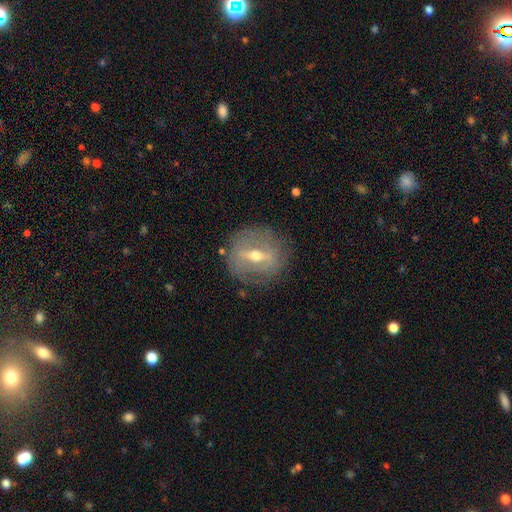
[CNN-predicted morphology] smooth_or_featured: featured or disk (p=0.75) [alt: smooth p=0.17]
disk_edge_on: no (p=0.80) [alt: yes p=0.20]
bar: strong (p=0.56) [alt: weak p=0.33]
has_spiral_arms: no (p=0.61) [alt: yes p=0.39]
bulge_size: moderate (p=0.66) [alt: small p=0.30]
merging: none (p=0.78) [alt: minor disturbance p=0.14]